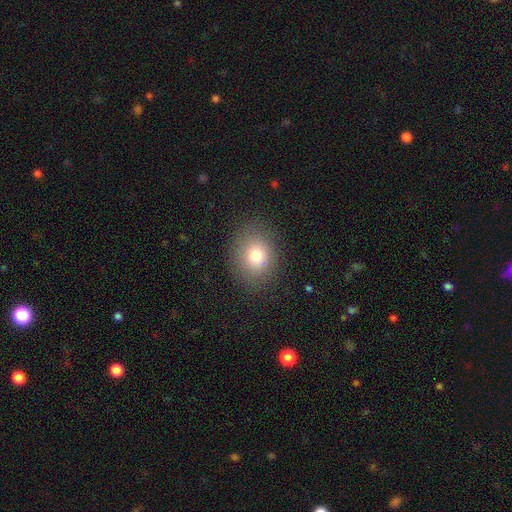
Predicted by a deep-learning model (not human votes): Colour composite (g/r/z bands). It shows a smooth galaxy with no disk features (77%) that is round (61%). Merging: none (85%).